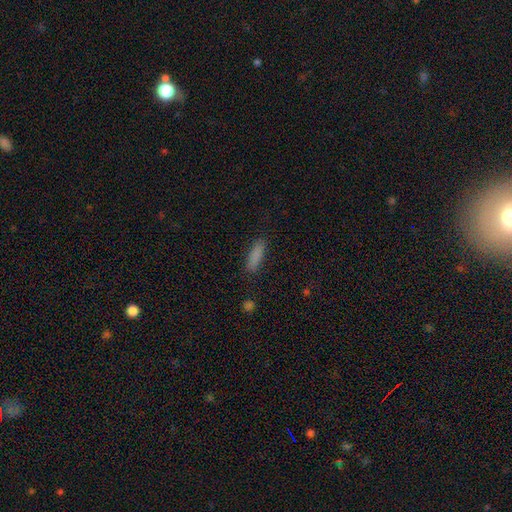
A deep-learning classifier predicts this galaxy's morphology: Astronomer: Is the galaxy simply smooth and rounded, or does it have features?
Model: smooth — 86%.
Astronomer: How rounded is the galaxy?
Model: cigar-shaped — 58% (runner-up: in between, 40%).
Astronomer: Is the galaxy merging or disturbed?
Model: none — 86%.